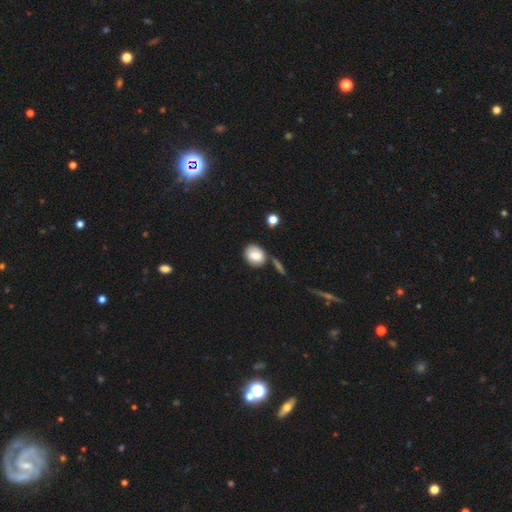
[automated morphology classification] Overall: smooth (78%). How rounded: round (55%; in between 43%). Merging: none (69%).